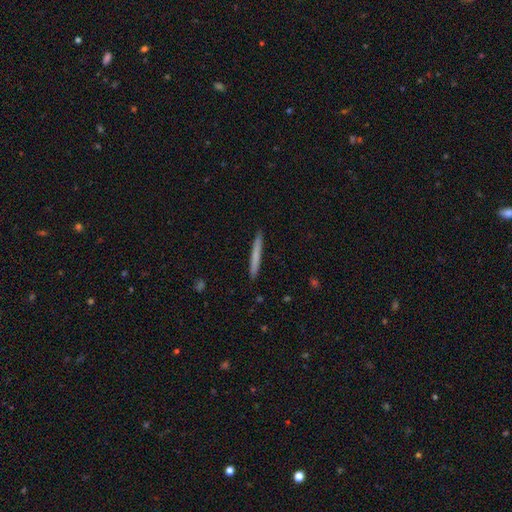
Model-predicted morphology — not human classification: type=smooth (69%); roundness=cigar-shaped (97%); merging=none (92%).